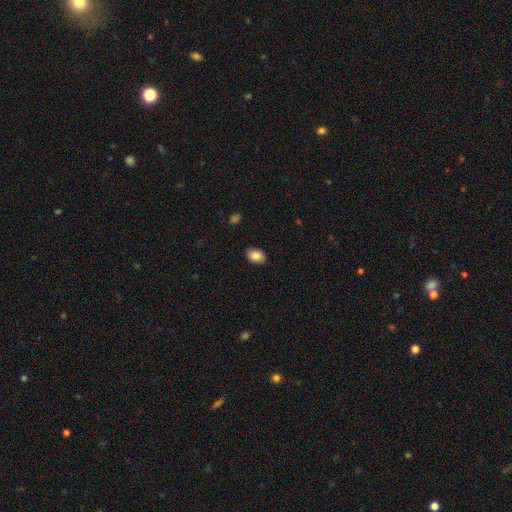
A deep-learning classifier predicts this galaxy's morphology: Q: Smooth or featured?
A: smooth (85%); runner-up: star or artifact (8%)
Q: How rounded?
A: in between (79%); runner-up: round (20%)
Q: Merging?
A: none (88%); runner-up: minor disturbance (9%)